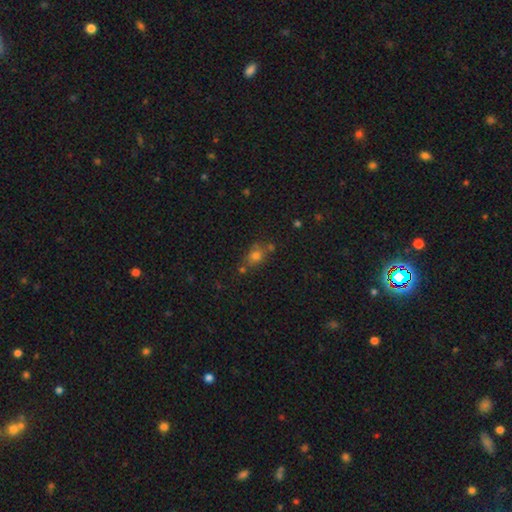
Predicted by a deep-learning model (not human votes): Smooth or featured? smooth (72%)
How rounded? round (56%)
Merging? none (59%)